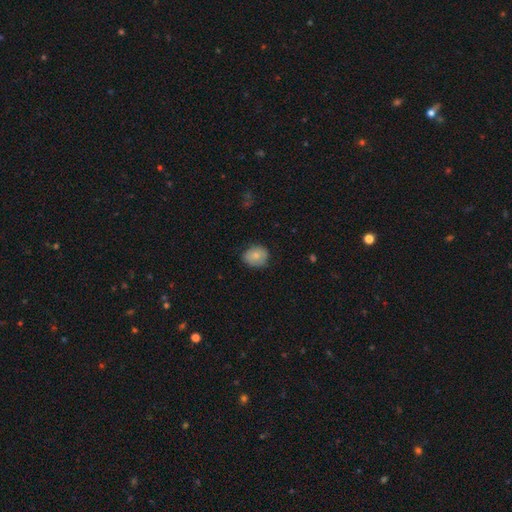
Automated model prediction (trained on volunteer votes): Smooth or featured? Predicted: smooth (p=0.79). How rounded? Predicted: round (p=0.60). Merging? Predicted: none (p=0.74).